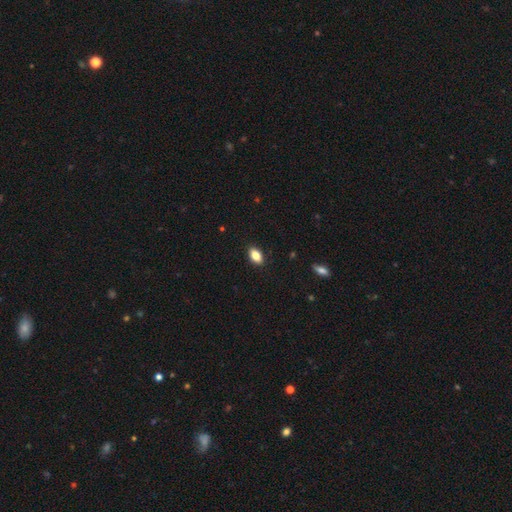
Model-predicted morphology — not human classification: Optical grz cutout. It shows a smooth galaxy with no disk features (82%) that is in between round and cigar-shaped (89%). Merging: none (88%).